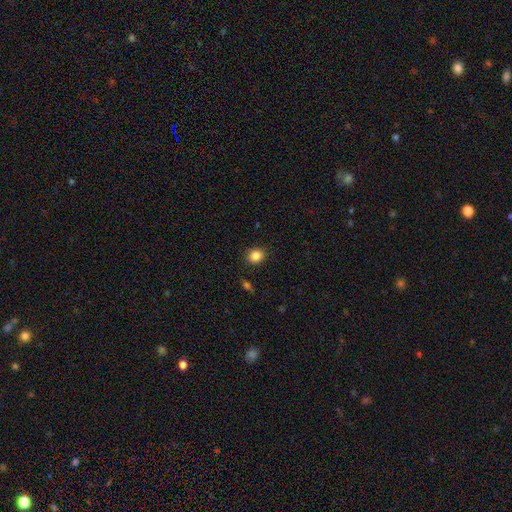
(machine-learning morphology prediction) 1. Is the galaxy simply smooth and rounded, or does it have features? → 86% smooth, 10% star or artifact, 4% featured or disk.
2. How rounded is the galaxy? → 69% round, 30% in between, 1% cigar-shaped.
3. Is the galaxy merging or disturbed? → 88% none, 8% minor disturbance, 2% major disturbance, 1% merger.